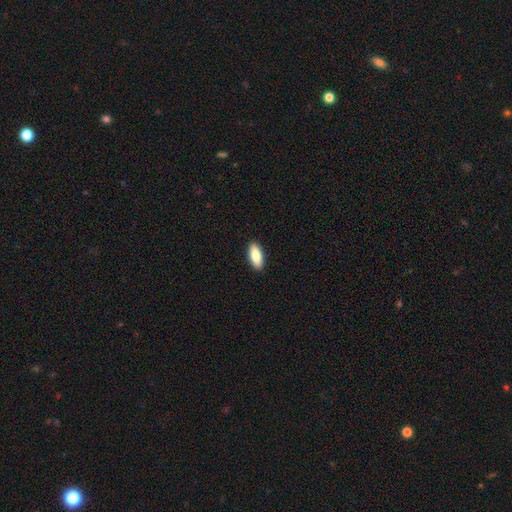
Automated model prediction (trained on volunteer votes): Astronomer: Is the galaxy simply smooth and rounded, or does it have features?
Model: smooth — 82%.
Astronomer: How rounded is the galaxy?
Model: in between — 79%.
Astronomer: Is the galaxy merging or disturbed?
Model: none — 91%.